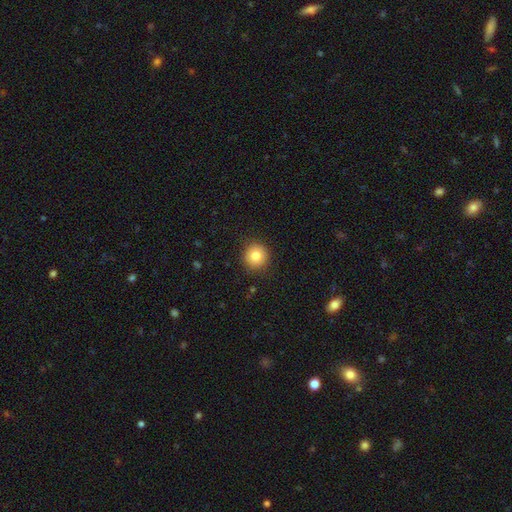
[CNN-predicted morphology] Smooth or featured? Predicted: smooth (p=0.83). How rounded? Predicted: round (p=0.93). Merging? Predicted: none (p=0.90).